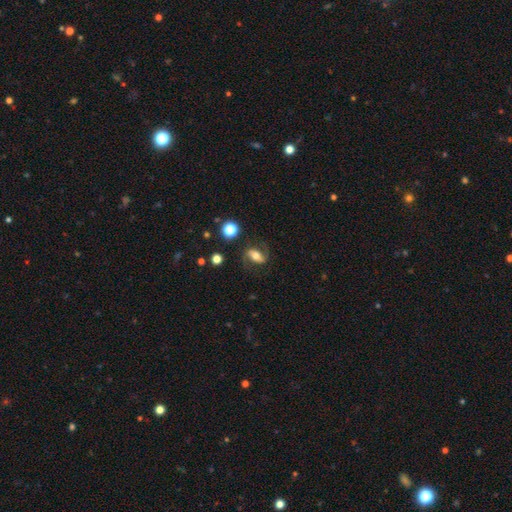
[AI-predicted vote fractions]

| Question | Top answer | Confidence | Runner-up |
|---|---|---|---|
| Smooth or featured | featured or disk | 65% | smooth (26%) |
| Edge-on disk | no | 93% | yes (7%) |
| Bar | strong | 38% | no (32%) |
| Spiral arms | yes | 88% | no (12%) |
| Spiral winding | medium | 43% | loose (41%) |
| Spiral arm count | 2 | 90% | can't tell (4%) |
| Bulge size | moderate | 65% | large (16%) |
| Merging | none | 75% | minor disturbance (15%) |